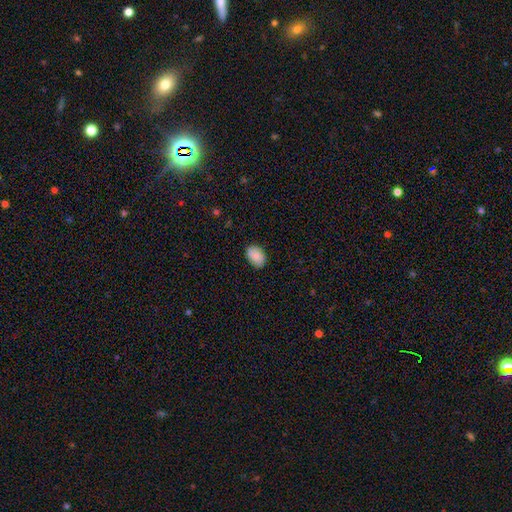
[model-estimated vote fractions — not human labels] Smooth or featured? Predicted: smooth (p=0.83). How rounded? Predicted: in between (p=0.81). Merging? Predicted: none (p=0.83).